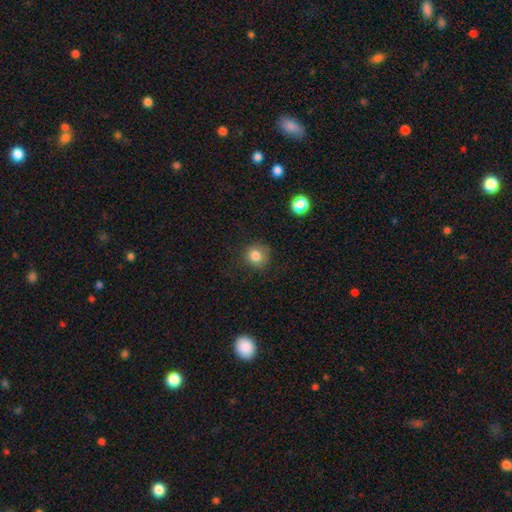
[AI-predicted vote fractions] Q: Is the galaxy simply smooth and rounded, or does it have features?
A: smooth — 81%.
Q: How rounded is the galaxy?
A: round — 90%.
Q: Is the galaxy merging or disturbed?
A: none — 80%.